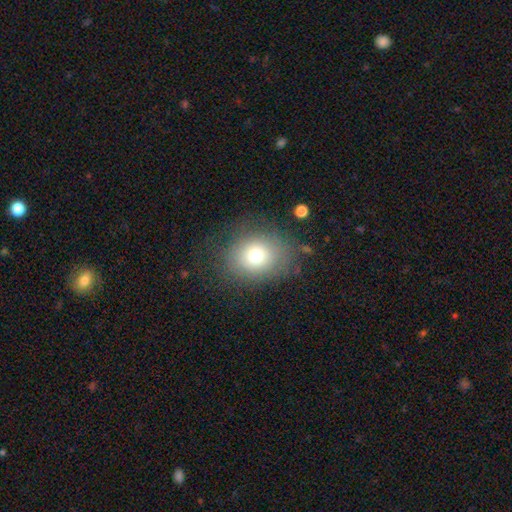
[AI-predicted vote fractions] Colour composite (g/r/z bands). It shows a smooth galaxy with no disk features (71%) that is round (70%). Merging: none (76%).